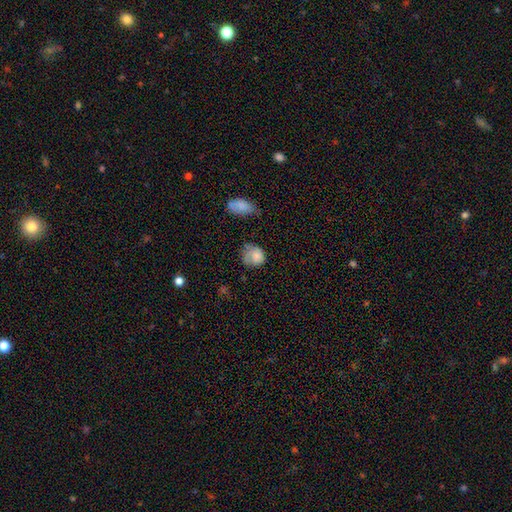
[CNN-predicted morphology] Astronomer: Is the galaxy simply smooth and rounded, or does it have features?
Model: smooth — 75%.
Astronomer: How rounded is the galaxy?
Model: round — 68%.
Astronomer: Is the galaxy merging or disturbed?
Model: none — 40% (runner-up: minor disturbance, 35%).